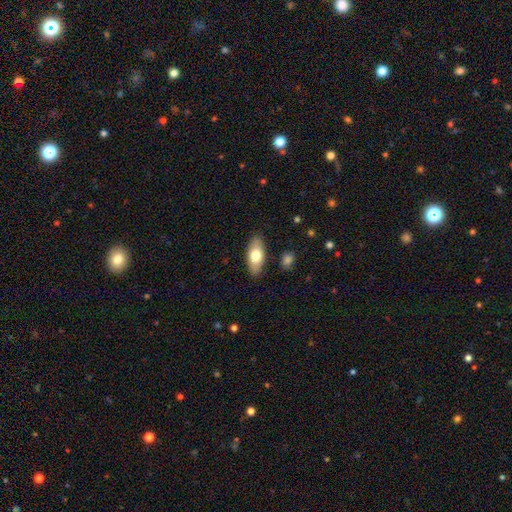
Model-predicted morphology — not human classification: Smooth or featured? smooth (74%)
How rounded? in between (87%)
Merging? none (87%)